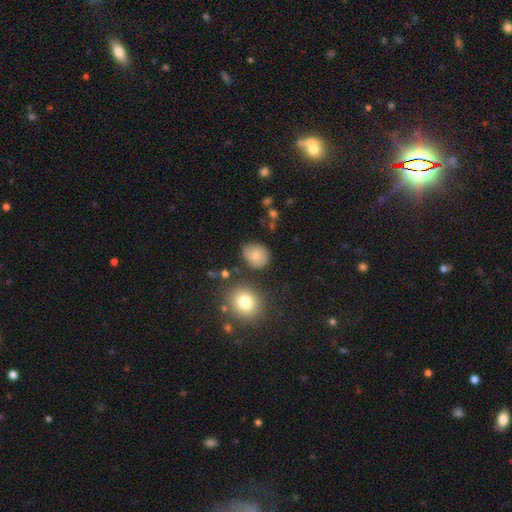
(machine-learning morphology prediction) The model was most divided on "how rounded": round: 59%, in between: 40%, cigar-shaped: 1%. More confident: smooth or featured — smooth (79%); merging — none (72%).